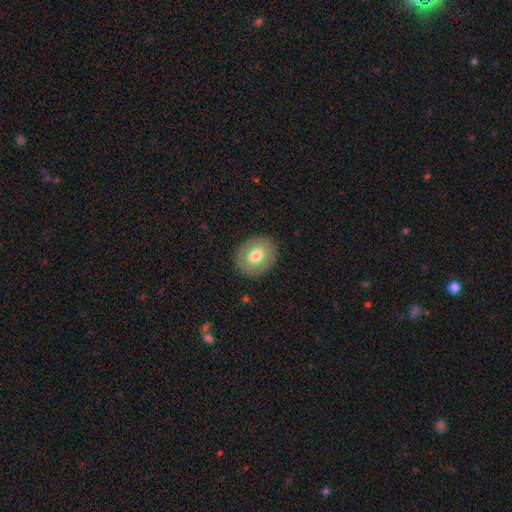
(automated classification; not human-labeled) Smooth or featured? Predicted: smooth (p=0.67). How rounded? Predicted: round (p=0.56). Merging? Predicted: none (p=0.87).